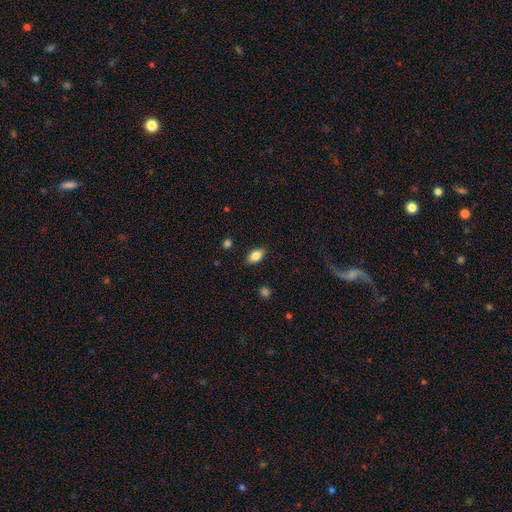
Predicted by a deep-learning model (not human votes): smooth-or-featured: smooth: 83% | featured or disk: 9% | star or artifact: 8%
  how-rounded: in between: 90% | round: 6% | cigar-shaped: 4%
  merging: none: 86% | minor disturbance: 11% | major disturbance: 2% | merger: 1%